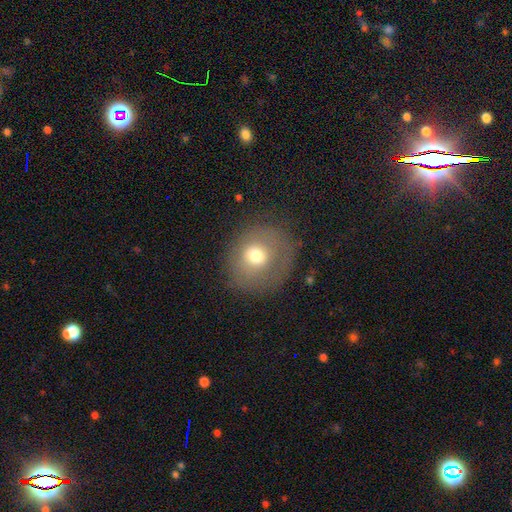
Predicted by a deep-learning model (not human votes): Smooth or featured? Predicted: smooth (p=0.65). How rounded? Predicted: round (p=0.82). Merging? Predicted: none (p=0.76).